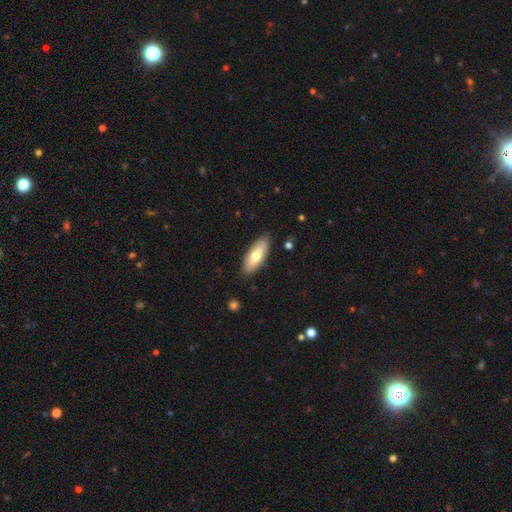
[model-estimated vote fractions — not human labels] This appears to be a smooth galaxy with no disk features (67%) that is in between round and cigar-shaped (72%). Merging: none (87%).